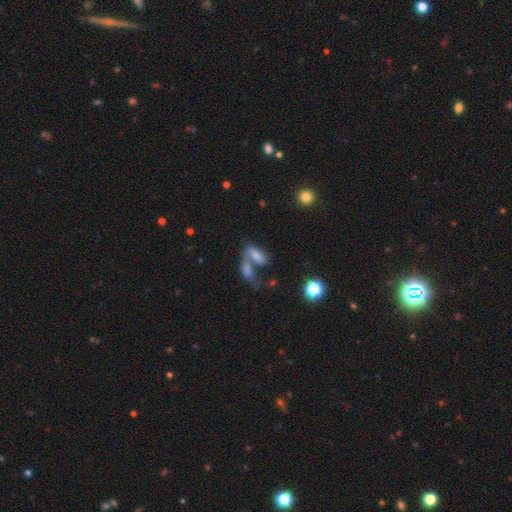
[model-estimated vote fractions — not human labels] Smooth or featured? Predicted: smooth (p=0.61). How rounded? Predicted: in between (p=0.78). Merging? Predicted: merger (p=0.60).